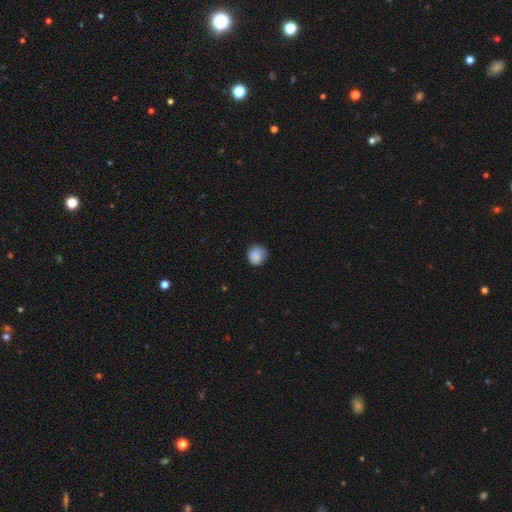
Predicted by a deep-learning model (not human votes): Smooth or featured? Predicted: smooth (p=0.85). How rounded? Predicted: round (p=0.82). Merging? Predicted: none (p=0.71).